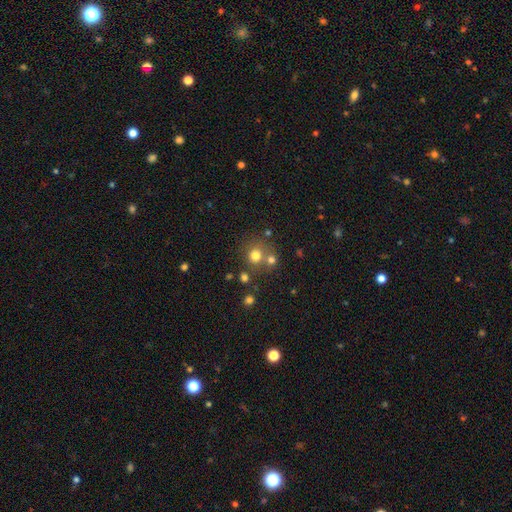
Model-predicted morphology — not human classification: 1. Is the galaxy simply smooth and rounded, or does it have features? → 74% smooth, 16% star or artifact, 10% featured or disk.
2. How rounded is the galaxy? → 88% round, 11% in between, 1% cigar-shaped.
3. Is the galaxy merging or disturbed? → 63% none, 24% merger, 9% minor disturbance, 4% major disturbance.